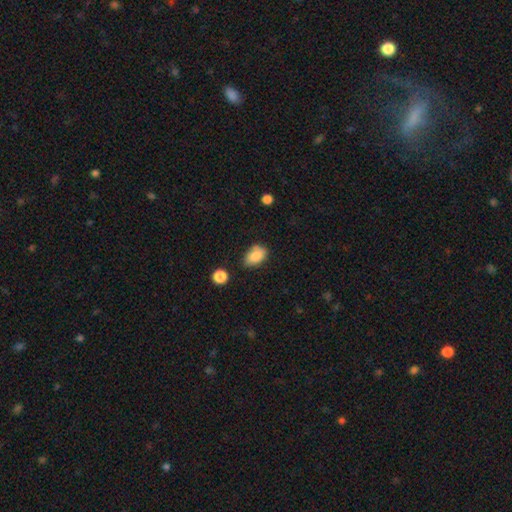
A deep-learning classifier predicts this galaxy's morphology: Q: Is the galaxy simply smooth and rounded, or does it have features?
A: smooth — 86%.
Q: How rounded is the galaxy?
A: in between — 89%.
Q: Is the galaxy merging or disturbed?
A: none — 66%.